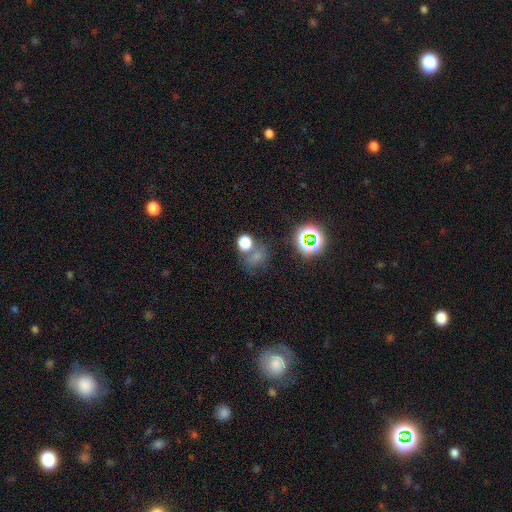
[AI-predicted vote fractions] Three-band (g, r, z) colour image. It shows a smooth galaxy with no disk features (60%) that is round (56%). Merging: none (50%).